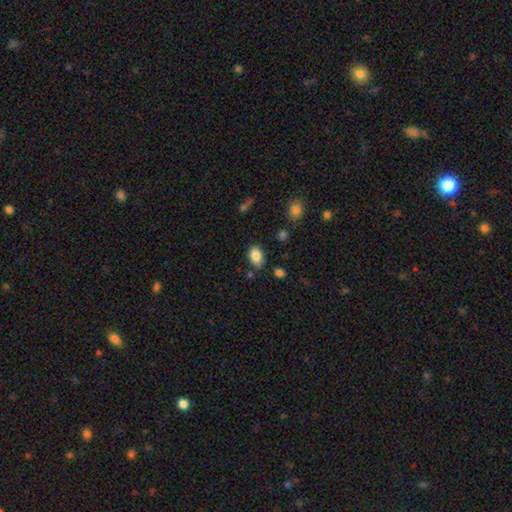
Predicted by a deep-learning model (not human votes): Q: Smooth or featured?
A: smooth (85%); runner-up: star or artifact (9%)
Q: How rounded?
A: in between (78%); runner-up: round (21%)
Q: Merging?
A: none (72%); runner-up: minor disturbance (19%)